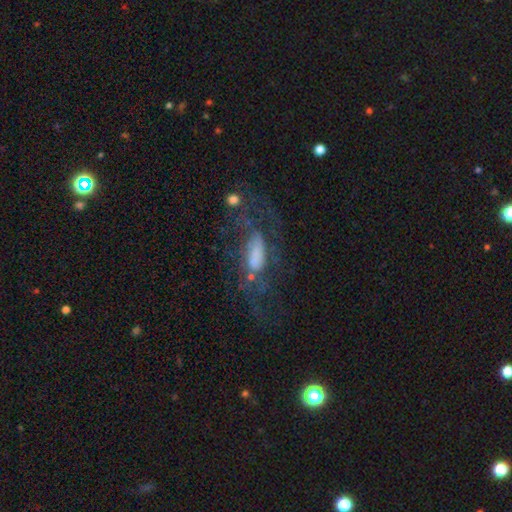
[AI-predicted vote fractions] Smooth or featured? featured or disk (56%)
Edge-on disk? no (88%)
Merging? none (40%)